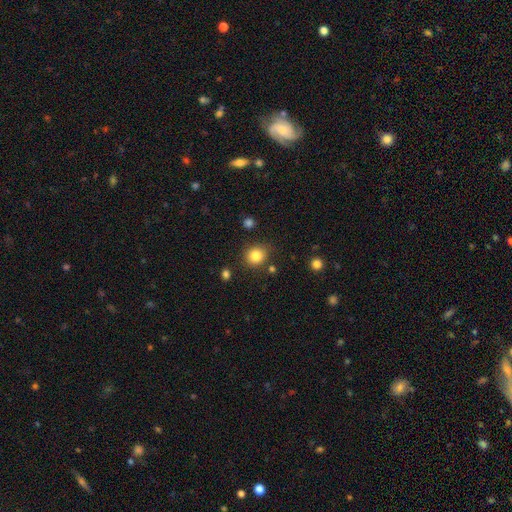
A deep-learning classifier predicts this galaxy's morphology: smooth 83%, star or artifact 11%, featured or disk 6%. Down the decision tree: how rounded — round (82%); merging — none (83%).